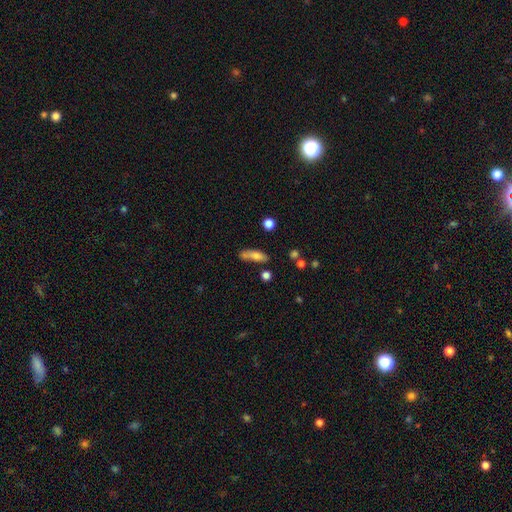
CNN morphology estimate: This is likely a smooth galaxy (71%). How rounded: possibly in between (56%). Merging: possibly none (52%).